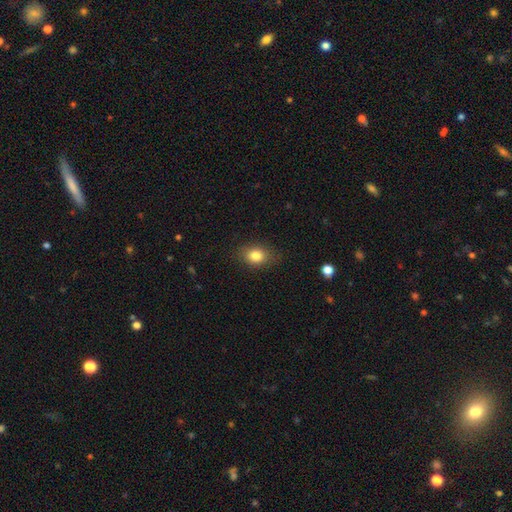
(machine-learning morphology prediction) smooth_or_featured: smooth (p=0.82) [alt: star or artifact p=0.10]
how_rounded: in between (p=0.68) [alt: round p=0.31]
merging: none (p=0.81) [alt: minor disturbance p=0.14]